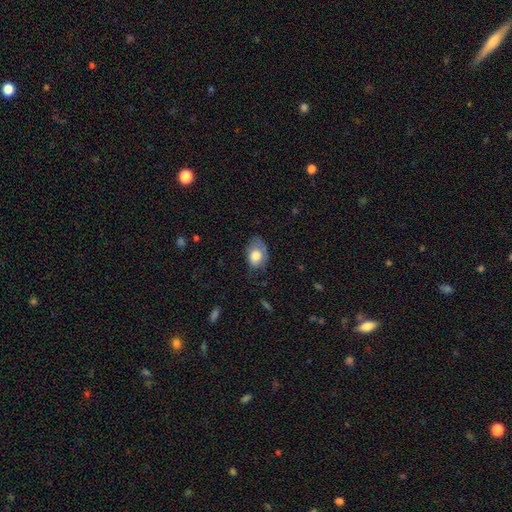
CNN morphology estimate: A smooth galaxy with no disk features (71%) that is in between round and cigar-shaped (77%). Merging: none (42%).